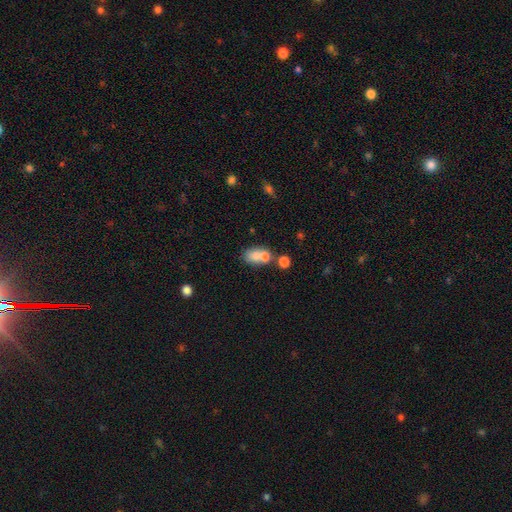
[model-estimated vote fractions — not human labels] Smooth or featured? Predicted: smooth (p=0.69). How rounded? Predicted: in between (p=0.67). Merging? Predicted: merger (p=0.48).